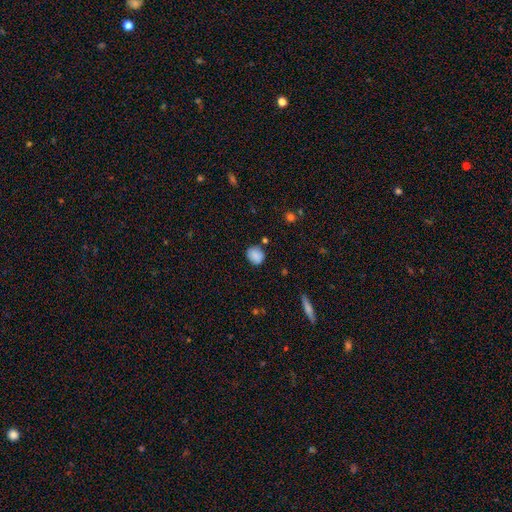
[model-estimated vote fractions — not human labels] A smooth galaxy with no disk features (86%) that is round (76%).

Vote fractions:
- Smooth or featured? smooth: 86% / star or artifact: 9% / featured or disk: 5%
- How rounded? round: 76% / in between: 23% / cigar-shaped: 1%
- Merging? none: 78% / minor disturbance: 15% / merger: 3% / major disturbance: 3%